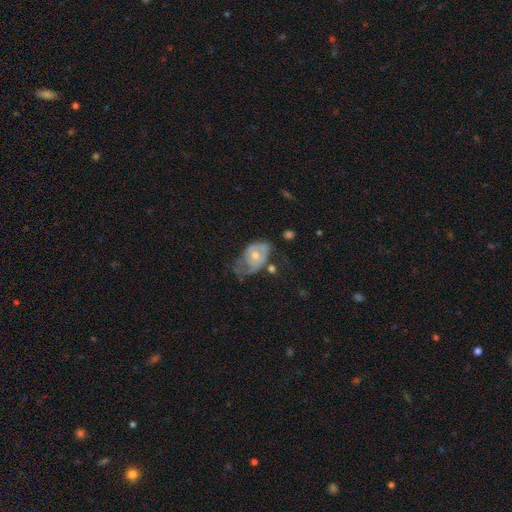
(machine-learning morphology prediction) This appears to be a featured or disk galaxy (51%). Merging: major disturbance (38%).